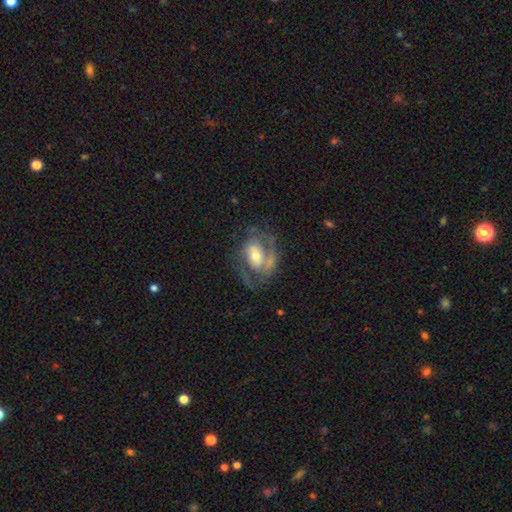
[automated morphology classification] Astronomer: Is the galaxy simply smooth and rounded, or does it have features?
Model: featured or disk — 75%.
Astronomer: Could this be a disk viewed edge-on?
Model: no — 97%.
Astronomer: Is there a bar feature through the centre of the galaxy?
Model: no — 55% (runner-up: weak, 33%).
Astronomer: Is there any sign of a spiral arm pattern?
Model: yes — 81%.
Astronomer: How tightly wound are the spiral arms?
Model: medium — 44% (runner-up: tight, 36%).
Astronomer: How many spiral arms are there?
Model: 2 — 52%.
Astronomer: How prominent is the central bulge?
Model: moderate — 61%.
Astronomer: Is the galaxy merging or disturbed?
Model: none — 52%.